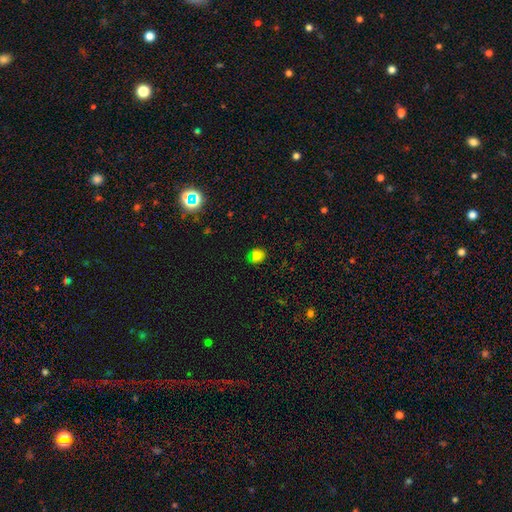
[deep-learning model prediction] Smooth or featured: smooth — 73% (star or artifact — 23%)
How rounded: round — 84% (in between — 15%)
Merging: none — 83% (minor disturbance — 12%)